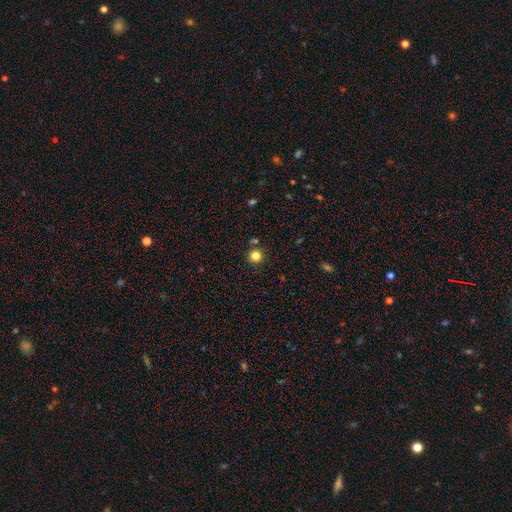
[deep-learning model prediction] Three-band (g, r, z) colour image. It shows a smooth galaxy with no disk features (81%) that is round (95%). Merging: none (87%).